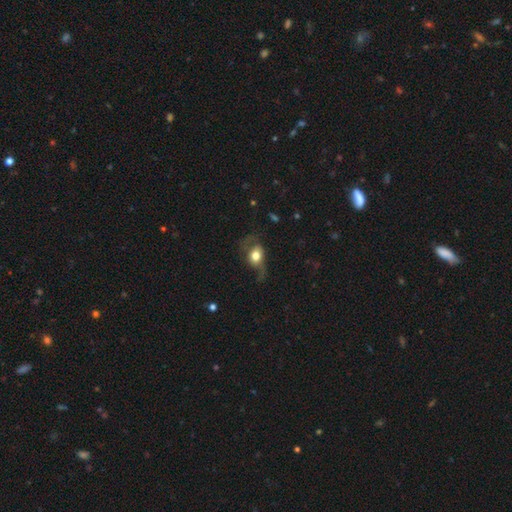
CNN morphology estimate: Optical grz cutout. It shows a smooth galaxy with no disk features (58%) that is in between round and cigar-shaped (57%). Merging: major disturbance (37%, tied with none).